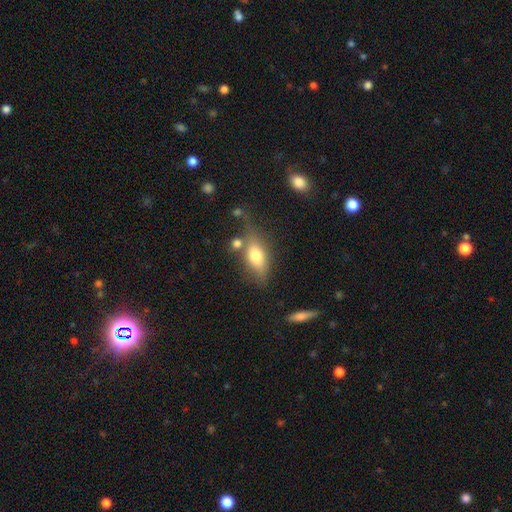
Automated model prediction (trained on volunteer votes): Morphology: type=smooth (70%); roundness=in between (81%); merging=none (56%).